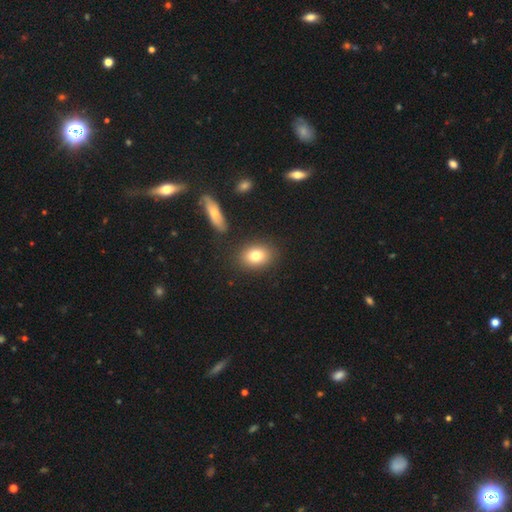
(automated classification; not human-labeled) A smooth galaxy with no disk features (79%) that is in between round and cigar-shaped (70%). Merging: none (84%).